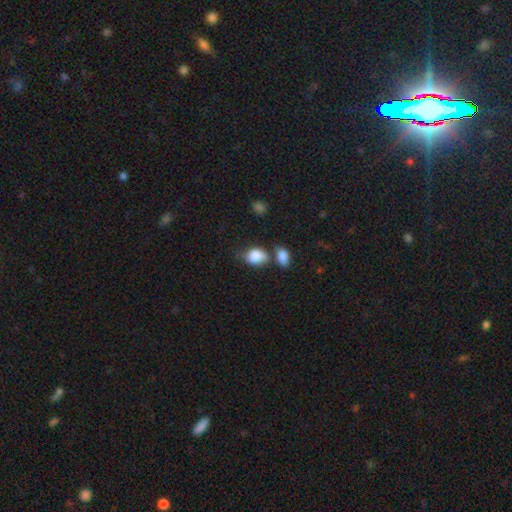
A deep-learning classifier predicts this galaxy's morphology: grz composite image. It shows a smooth galaxy with no disk features (85%) that is in between round and cigar-shaped (69%). Merging: none (39%).